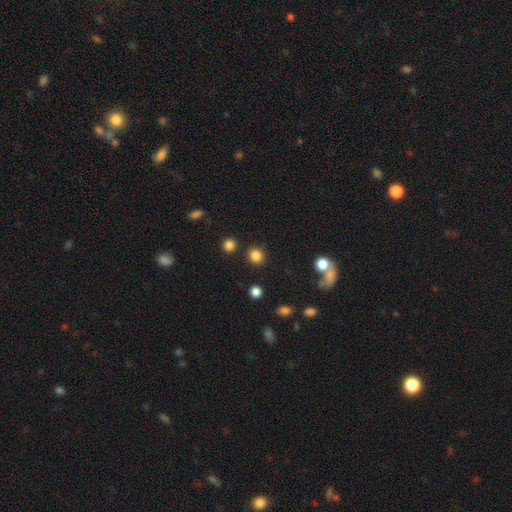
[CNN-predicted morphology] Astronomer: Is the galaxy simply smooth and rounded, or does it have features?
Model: smooth — 84%.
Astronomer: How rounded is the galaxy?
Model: round — 89%.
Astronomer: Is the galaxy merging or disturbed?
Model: none — 88%.